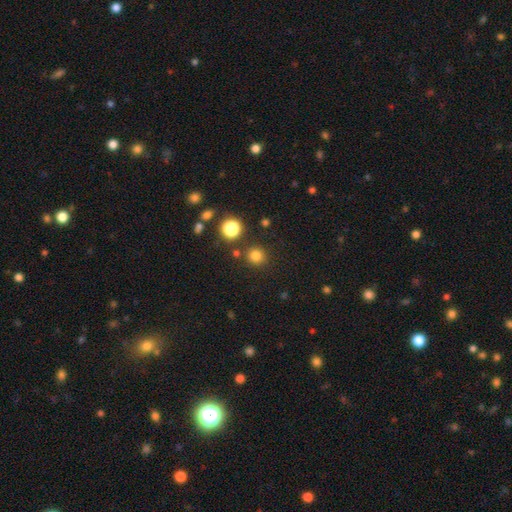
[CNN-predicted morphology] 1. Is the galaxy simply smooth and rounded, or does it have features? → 79% smooth, 17% star or artifact, 5% featured or disk.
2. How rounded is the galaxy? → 93% round, 6% in between, 1% cigar-shaped.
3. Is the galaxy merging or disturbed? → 86% none, 7% minor disturbance, 4% merger, 3% major disturbance.